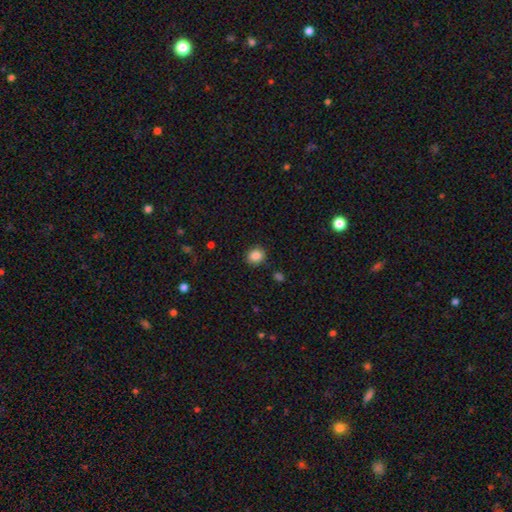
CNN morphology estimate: A smooth galaxy with no disk features (85%) that is round (78%). Merging: none (89%).